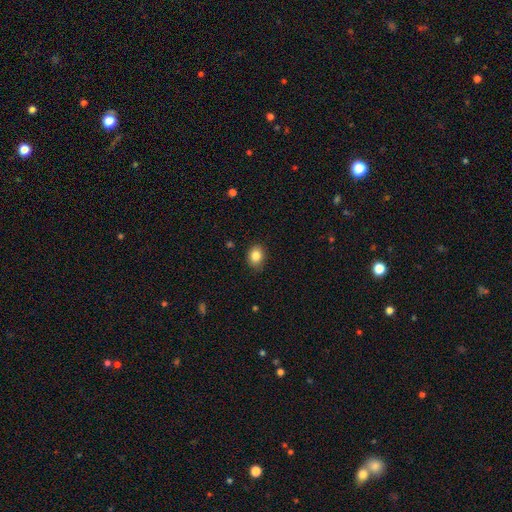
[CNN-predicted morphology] Smooth or featured? smooth (85%)
How rounded? in between (57%)
Merging? none (84%)